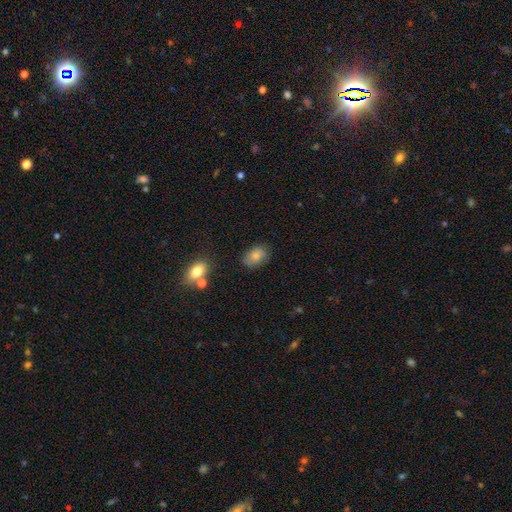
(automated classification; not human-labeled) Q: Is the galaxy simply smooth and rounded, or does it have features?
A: smooth — 82%.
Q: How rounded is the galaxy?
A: in between — 81%.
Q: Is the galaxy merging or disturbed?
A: none — 78%.